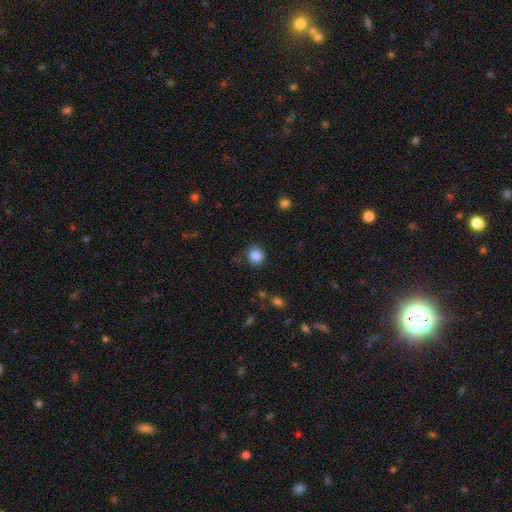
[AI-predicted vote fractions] Q: Smooth or featured?
A: smooth (86%); runner-up: star or artifact (10%)
Q: How rounded?
A: round (83%); runner-up: in between (16%)
Q: Merging?
A: none (80%); runner-up: minor disturbance (14%)